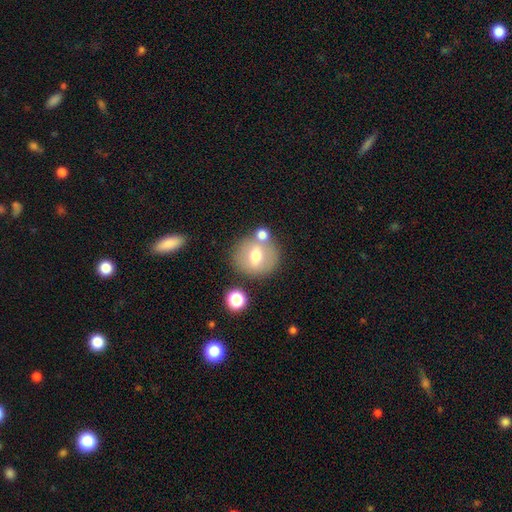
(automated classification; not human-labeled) This is possibly a smooth galaxy (59%). How rounded: clearly round (81%). Merging: likely none (69%).